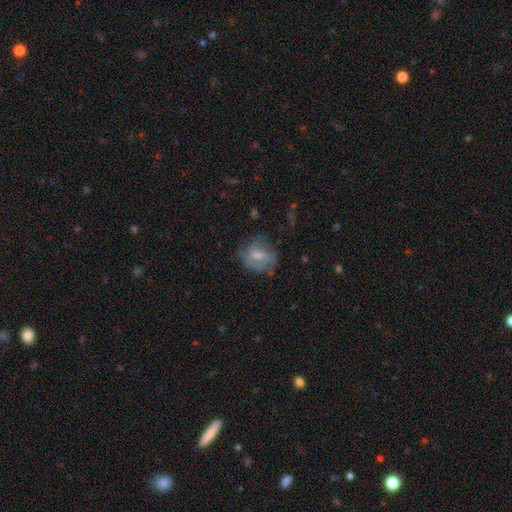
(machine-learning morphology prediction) The model was most divided on "bulge size": moderate: 47%, small: 41%, none: 7%, large: 4%, dominant: 1%. Remaining: edge-on disk — no (96%); spiral arms — yes (73%); merging — none (65%); smooth or featured — featured or disk (55%); bar — weak (49%).